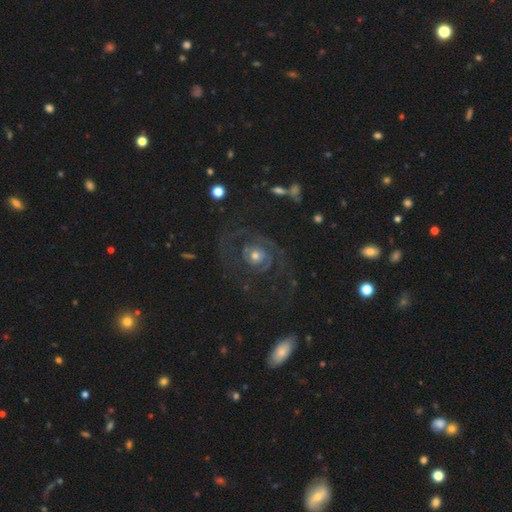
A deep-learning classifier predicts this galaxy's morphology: Smooth or featured? featured or disk (82%)
Edge-on disk? no (97%)
Bar? no (78%)
Spiral arms? yes (88%)
Spiral winding? tight (51%)
Spiral arm count? 2 (41%)
Bulge size? moderate (52%)
Merging? none (61%)